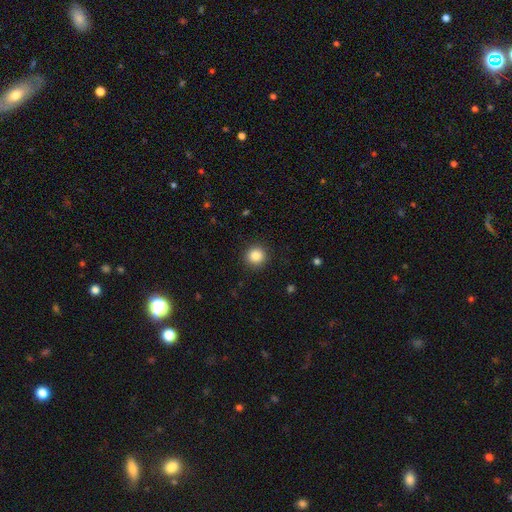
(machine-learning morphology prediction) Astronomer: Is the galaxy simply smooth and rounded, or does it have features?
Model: smooth — 86%.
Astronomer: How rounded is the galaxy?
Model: round — 93%.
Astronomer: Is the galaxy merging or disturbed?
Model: none — 91%.